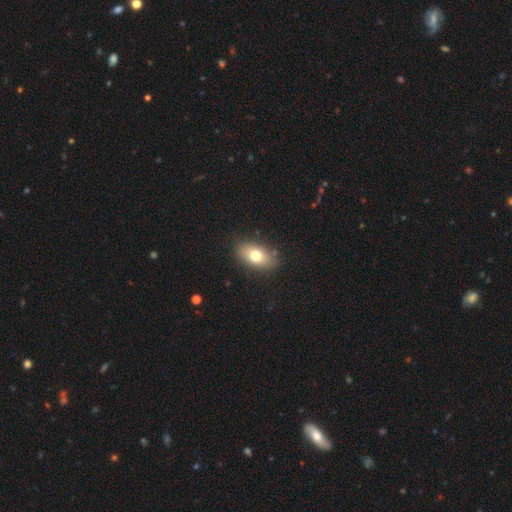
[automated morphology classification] The model was most divided on "smooth or featured": smooth: 74%, featured or disk: 17%, star or artifact: 9%. More confident: how rounded — in between (87%); merging — none (84%).